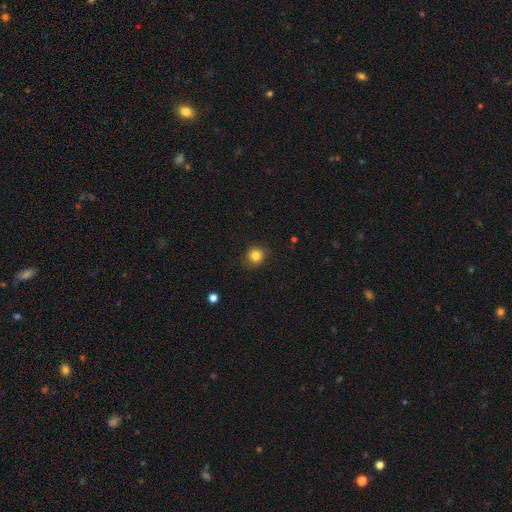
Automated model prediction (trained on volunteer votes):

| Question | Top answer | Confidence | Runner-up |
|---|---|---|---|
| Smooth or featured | smooth | 83% | star or artifact (12%) |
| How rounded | round | 88% | in between (11%) |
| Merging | none | 85% | minor disturbance (11%) |